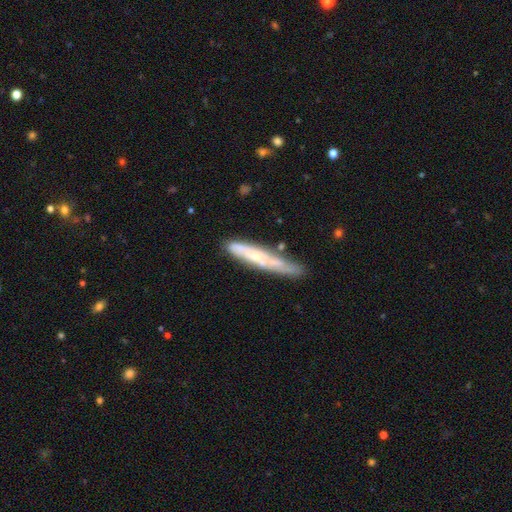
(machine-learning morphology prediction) featured or disk 54%, smooth 40%, star or artifact 6%. Down the decision tree: edge-on disk — yes (68%); merging — none (65%).